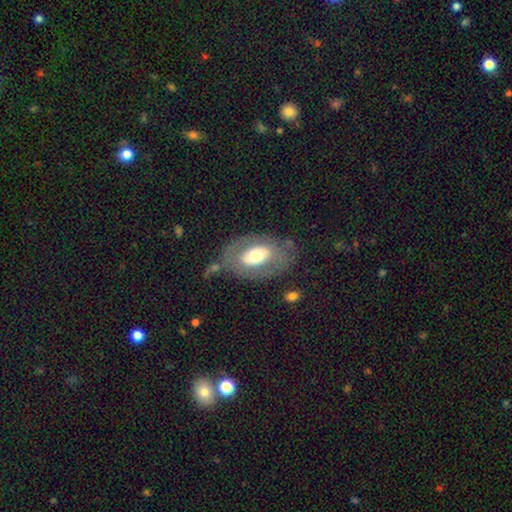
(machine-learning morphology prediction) smooth-or-featured: featured or disk: 51% | smooth: 42% | star or artifact: 7%
  disk-edge-on: no: 91% | yes: 9%
  merging: none: 64% | minor disturbance: 18% | major disturbance: 13% | merger: 5%